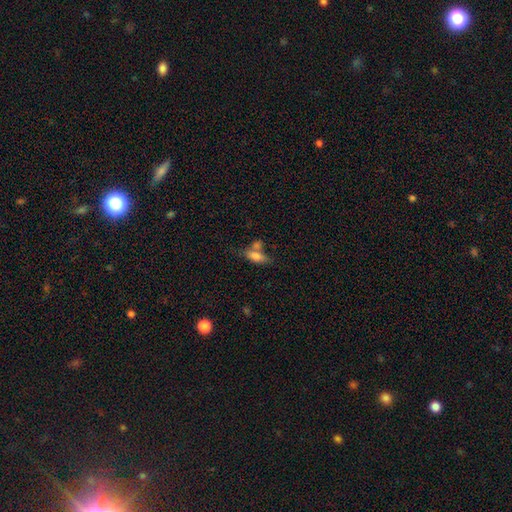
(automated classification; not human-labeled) A smooth galaxy with no disk features (74%) that is in between round and cigar-shaped (72%).

Vote fractions:
- Smooth or featured? smooth: 74% / featured or disk: 17% / star or artifact: 8%
- How rounded? in between: 72% / cigar-shaped: 25% / round: 4%
- Merging? none: 43% / merger: 35% / minor disturbance: 15% / major disturbance: 7%